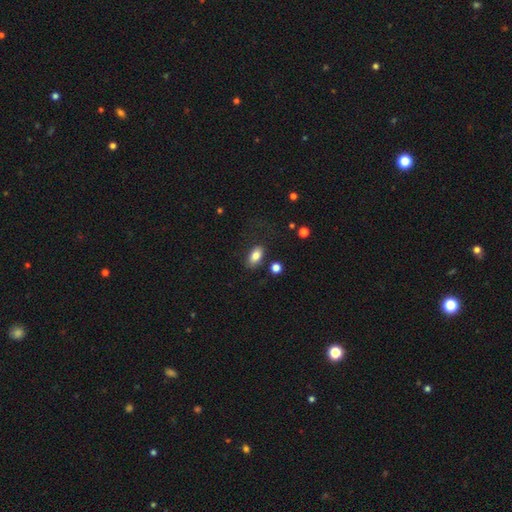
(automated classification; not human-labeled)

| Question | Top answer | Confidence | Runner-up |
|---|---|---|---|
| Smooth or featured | smooth | 82% | featured or disk (10%) |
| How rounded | in between | 90% | round (7%) |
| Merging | none | 77% | minor disturbance (14%) |